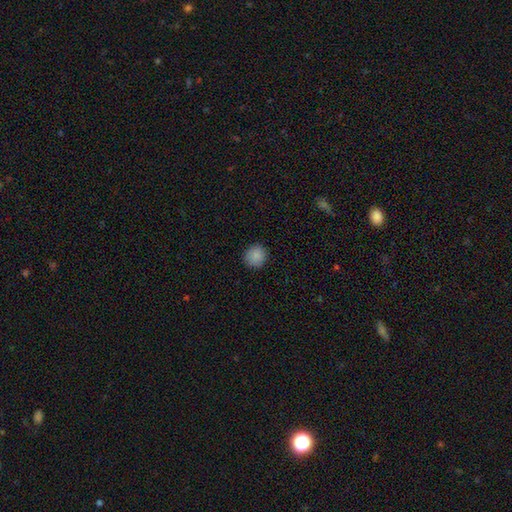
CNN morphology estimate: This is clearly a smooth galaxy (87%). How rounded: clearly round (91%). Merging: clearly none (89%).